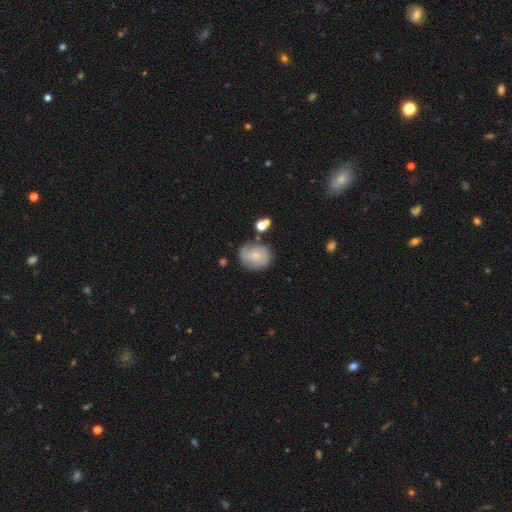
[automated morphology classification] type=smooth (50%); merging=none (64%).